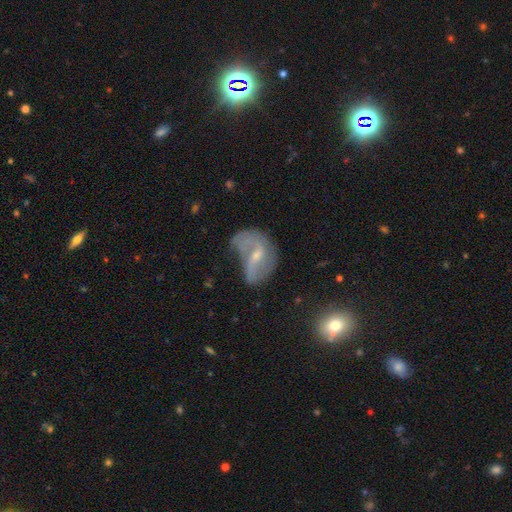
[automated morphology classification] Smooth or featured?
  - featured or disk: 70% *
  - smooth: 21%
  - star or artifact: 9%
Edge-on disk?
  - no: 96% *
  - yes: 4%
Bar?
  - weak: 49% *
  - no: 35%
  - strong: 16%
Spiral arms?
  - yes: 75% *
  - no: 25%
Spiral winding?
  - loose: 61% *
  - medium: 29%
  - tight: 10%
Spiral arm count?
  - 2: 63% *
  - 1: 15%
  - can't tell: 15%
  - 3: 3%
  - 4: 2%
  - more than 4: 1%
Bulge size?
  - small: 58% *
  - moderate: 31%
  - none: 8%
  - large: 2%
  - dominant: 1%
Merging?
  - major disturbance: 35% *
  - none: 31%
  - minor disturbance: 25%
  - merger: 9%